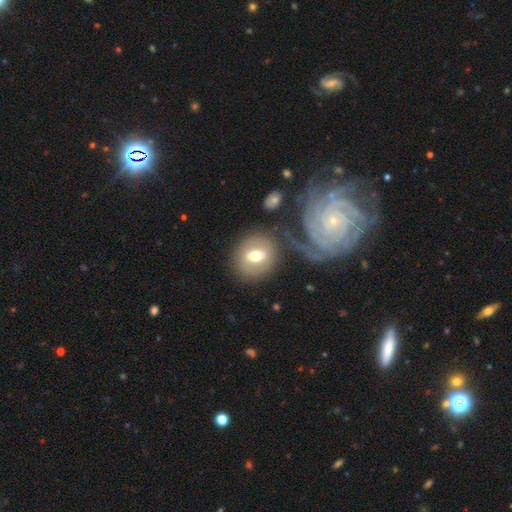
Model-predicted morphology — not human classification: A featured or disk galaxy (47%). Merging: none (71%).